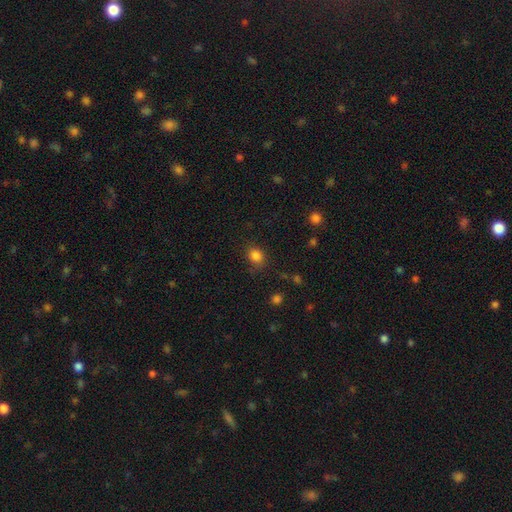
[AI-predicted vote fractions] This is clearly a smooth galaxy (83%). How rounded: possibly round (55%). Merging: likely none (79%).